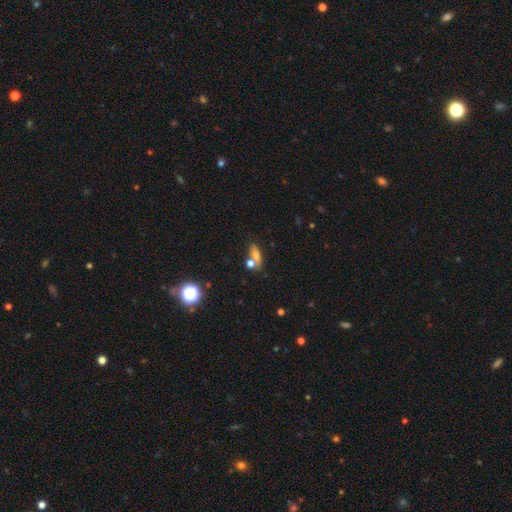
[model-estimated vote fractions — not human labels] smooth_or_featured: smooth (p=0.69) [alt: featured or disk p=0.16]
how_rounded: in between (p=0.64) [alt: cigar-shaped p=0.20]
merging: none (p=0.44) [alt: merger p=0.36]